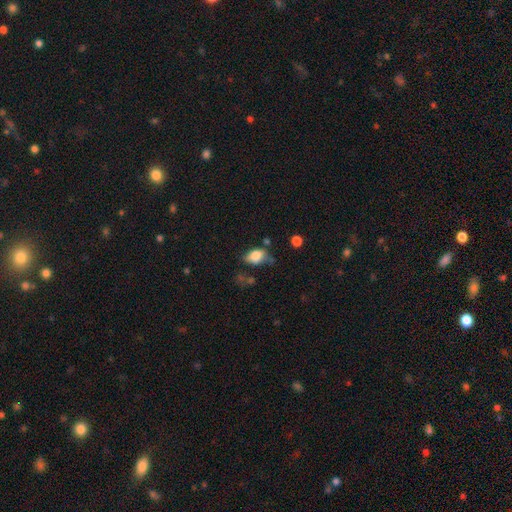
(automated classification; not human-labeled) This appears to be a smooth galaxy with no disk features (79%) that is in between round and cigar-shaped (82%). Merging: none (49%).